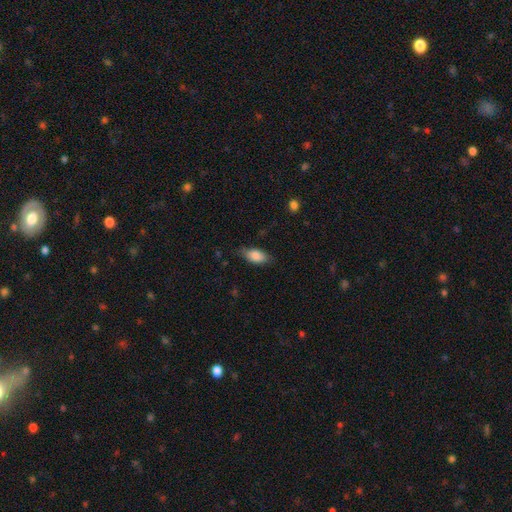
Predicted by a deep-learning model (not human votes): A smooth galaxy with no disk features (84%) that is in between round and cigar-shaped (90%).

Vote fractions:
- Smooth or featured? smooth: 84% / featured or disk: 9% / star or artifact: 7%
- How rounded? in between: 90% / cigar-shaped: 7% / round: 4%
- Merging? none: 73% / minor disturbance: 21% / major disturbance: 5% / merger: 1%